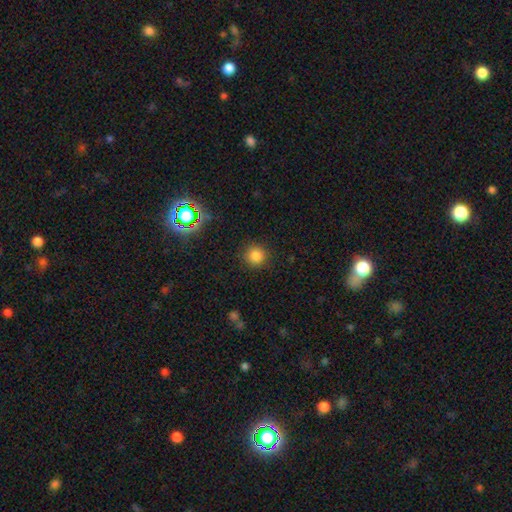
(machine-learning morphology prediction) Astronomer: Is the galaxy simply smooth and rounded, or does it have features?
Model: smooth — 82%.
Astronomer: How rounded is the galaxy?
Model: round — 94%.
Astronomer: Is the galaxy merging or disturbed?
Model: none — 89%.